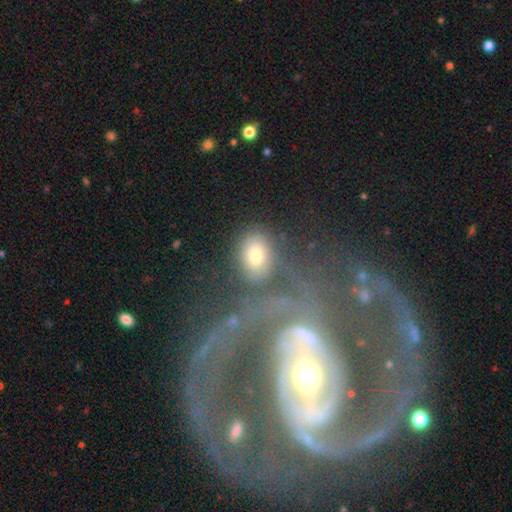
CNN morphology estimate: smooth 69%, featured or disk 19%, star or artifact 12%. Down the decision tree: how rounded — in between (73%); merging — none (68%).